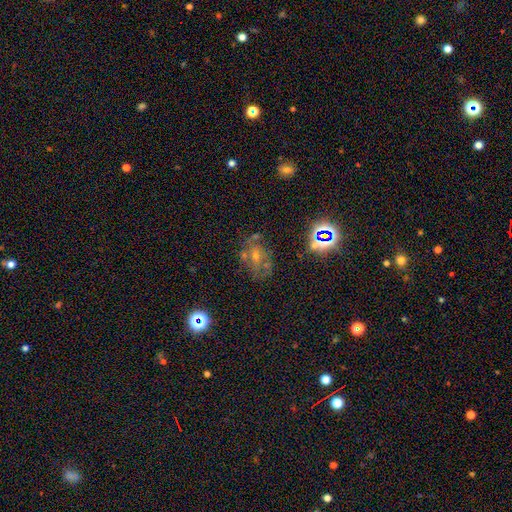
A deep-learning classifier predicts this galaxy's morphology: star or artifact 42%, featured or disk 38%, smooth 20%.